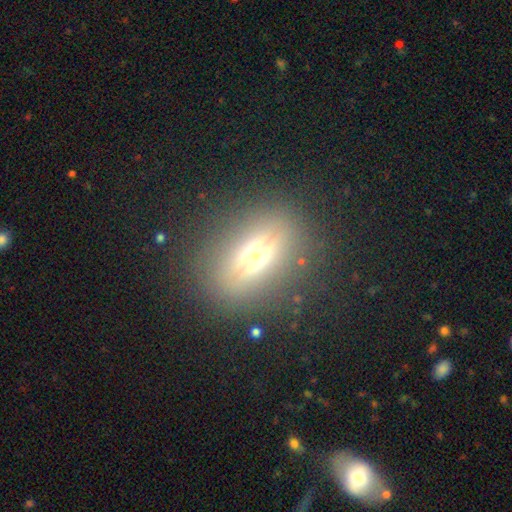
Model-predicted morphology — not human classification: smooth_or_featured: featured or disk (p=0.63) [alt: smooth p=0.24]
disk_edge_on: yes (p=0.83) [alt: no p=0.17]
edge_on_bulge: rounded (p=0.93) [alt: boxy p=0.04]
merging: none (p=0.83) [alt: minor disturbance p=0.10]